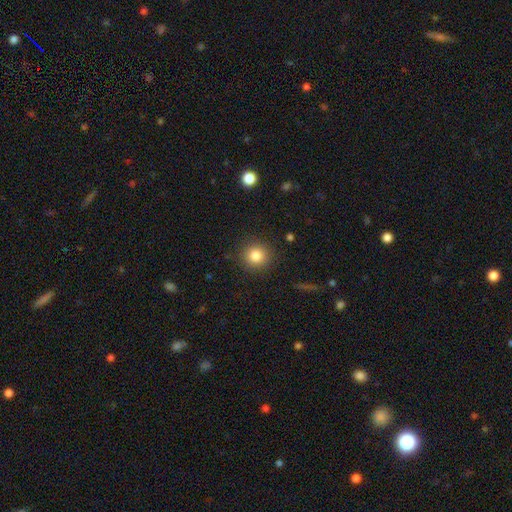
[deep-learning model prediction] A smooth galaxy with no disk features (83%) that is round (93%). Merging: none (90%).